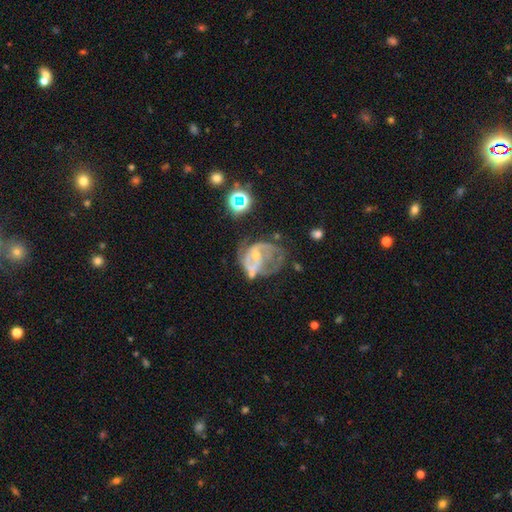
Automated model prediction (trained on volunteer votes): Morphology: type=featured or disk (77%); edge-on=no (98%); bar=no (48%); spiral arms=yes (77%); winding=medium (45%); arm count=2 (54%); bulge=small (59%); merging=major disturbance (42%).